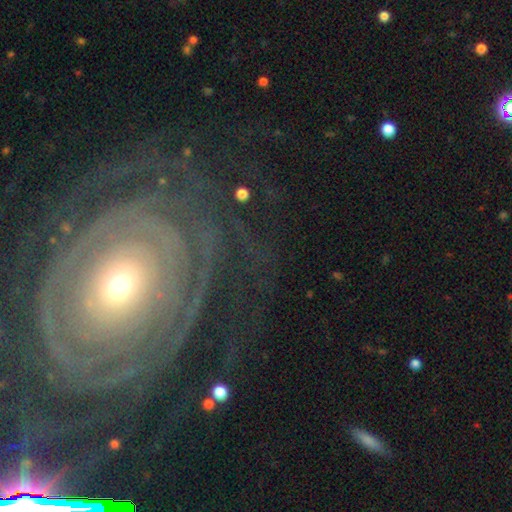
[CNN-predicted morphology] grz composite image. It shows a featured or disk galaxy (82%) with no bar (77%), tight (83%) spiral arms (87%) and a small central bulge (53%). Merging: none (75%).